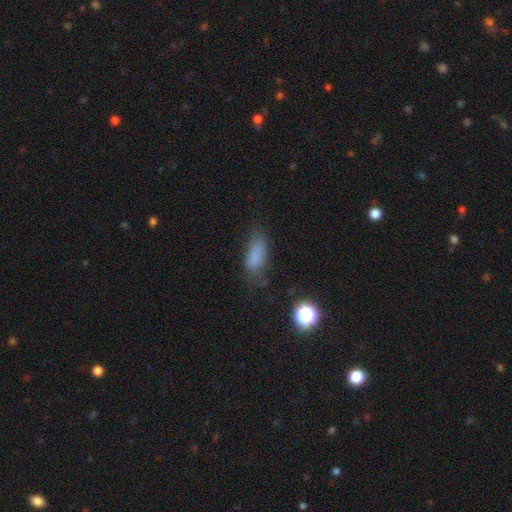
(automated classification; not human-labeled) Morphology: type=smooth (77%); roundness=in between (80%); merging=none (58%).